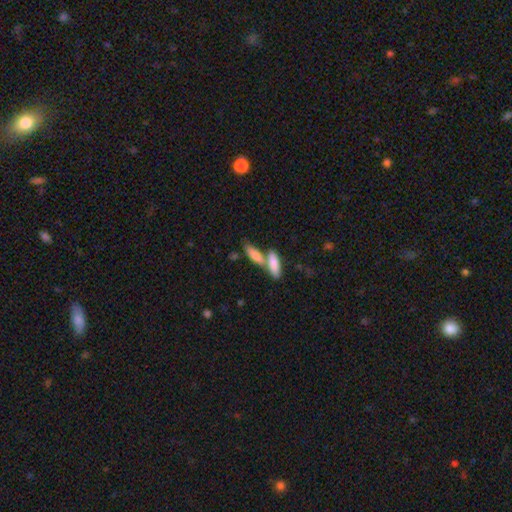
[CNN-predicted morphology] type=smooth (80%); roundness=in between (53%); merging=merger (50%).